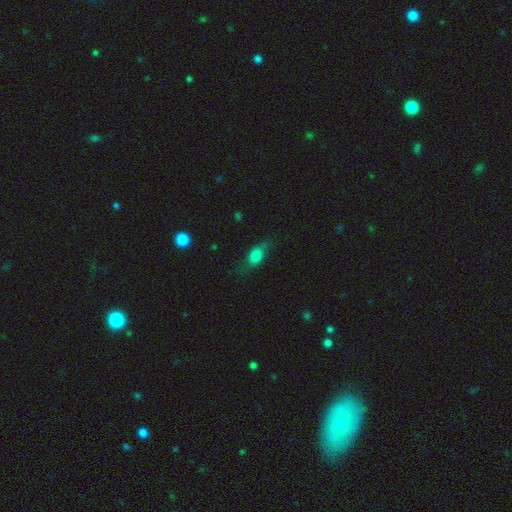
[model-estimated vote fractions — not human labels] Overall: smooth (71%). How rounded: in between (73%). Merging: none (56%; minor disturbance 28%).